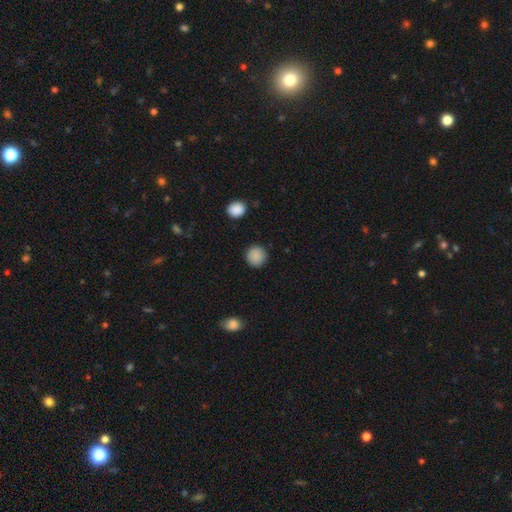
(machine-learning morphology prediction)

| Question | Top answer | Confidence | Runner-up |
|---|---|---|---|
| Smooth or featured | smooth | 89% | star or artifact (9%) |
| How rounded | round | 94% | in between (5%) |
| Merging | none | 91% | minor disturbance (6%) |